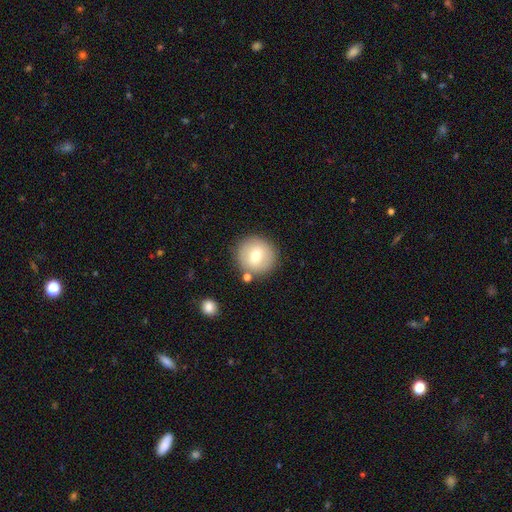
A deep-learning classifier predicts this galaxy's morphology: Overall: smooth (69%). How rounded: round (93%). Merging: none (82%).